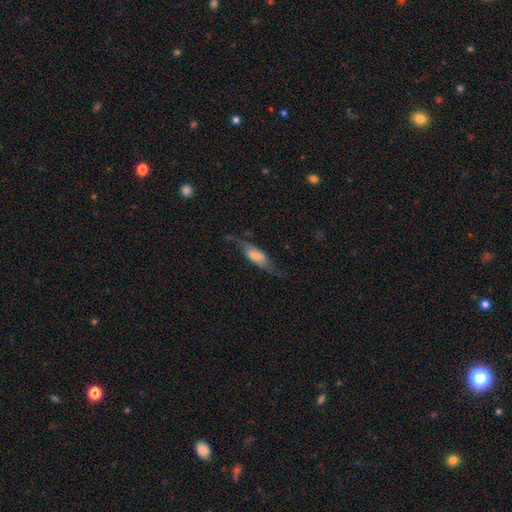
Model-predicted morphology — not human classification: Smooth or featured? Predicted: smooth (p=0.49). Merging? Predicted: none (p=0.56).